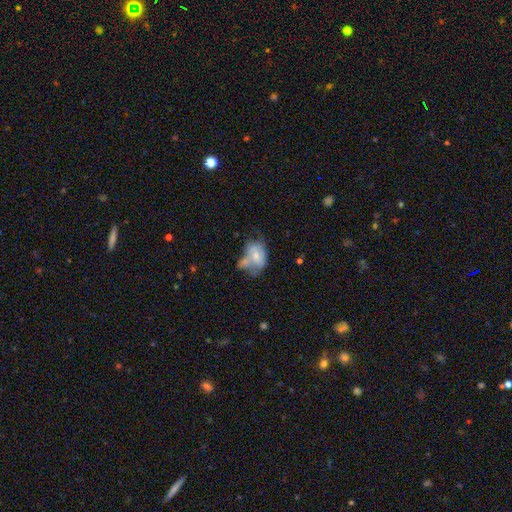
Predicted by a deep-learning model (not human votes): Smooth or featured? smooth (53%)
How rounded? in between (73%)
Merging? merger (35%)